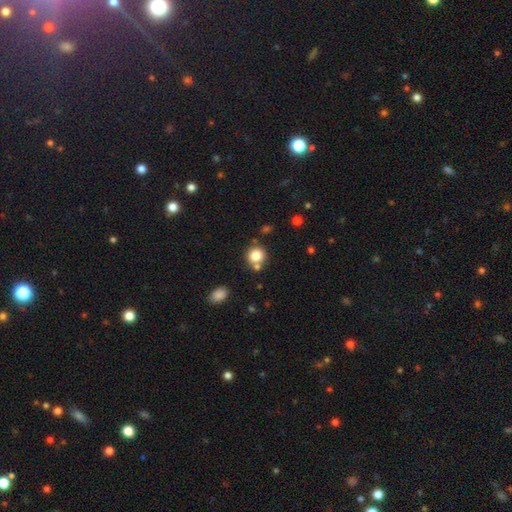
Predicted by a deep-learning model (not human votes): A smooth galaxy with no disk features (83%) that is round (89%). Merging: none (70%).